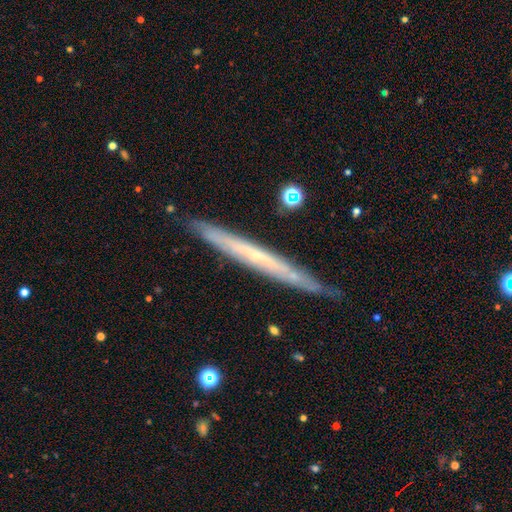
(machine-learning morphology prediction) A featured or disk galaxy (67%) viewed edge-on (93%) with no central bulge (73%).

Vote fractions:
- Smooth or featured? featured or disk: 67% / smooth: 26% / star or artifact: 7%
- Edge-on disk? yes: 93% / no: 7%
- Edge-on bulge? none: 73% / rounded: 25% / boxy: 3%
- Merging? none: 84% / minor disturbance: 13% / major disturbance: 2% / merger: 2%